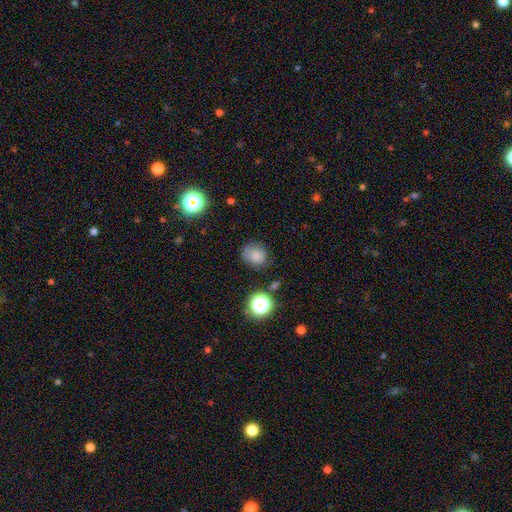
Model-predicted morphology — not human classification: smooth_or_featured: smooth (p=0.77) [alt: star or artifact p=0.15]
how_rounded: round (p=0.70) [alt: in between p=0.29]
merging: none (p=0.71) [alt: minor disturbance p=0.20]